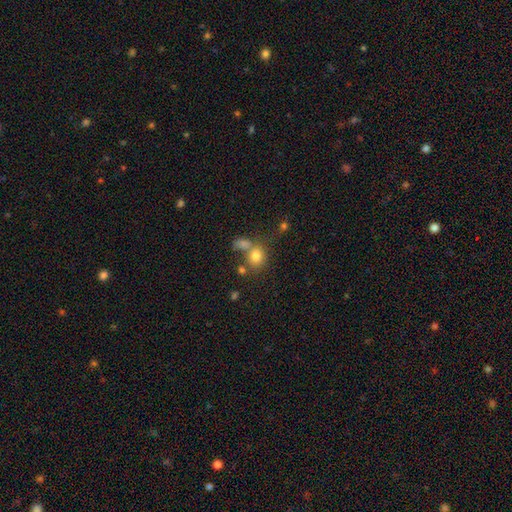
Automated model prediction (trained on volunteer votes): smooth-or-featured: smooth: 77% | star or artifact: 13% | featured or disk: 10%
  how-rounded: round: 69% | in between: 30% | cigar-shaped: 1%
  merging: none: 47% | merger: 34% | minor disturbance: 12% | major disturbance: 7%